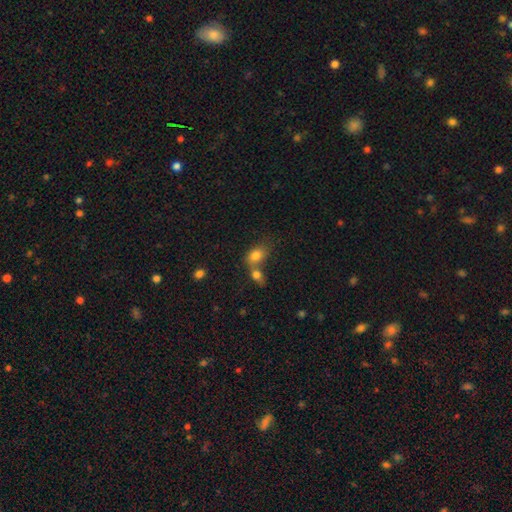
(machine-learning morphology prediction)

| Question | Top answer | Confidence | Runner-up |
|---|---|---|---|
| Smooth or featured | smooth | 81% | featured or disk (10%) |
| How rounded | in between | 77% | round (21%) |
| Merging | merger | 56% | none (30%) |